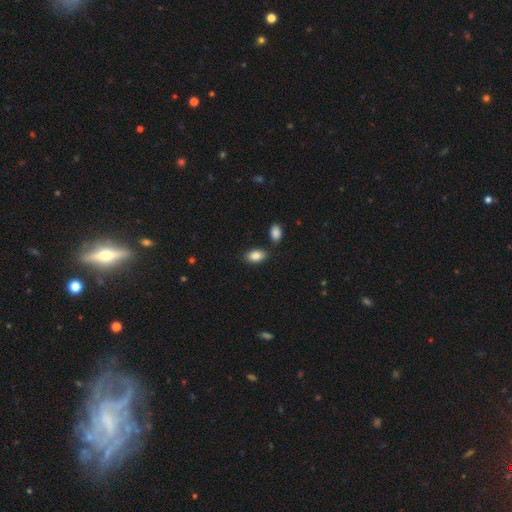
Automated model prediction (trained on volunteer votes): This appears to be a smooth galaxy with no disk features (86%) that is in between round and cigar-shaped (92%). Merging: none (78%).